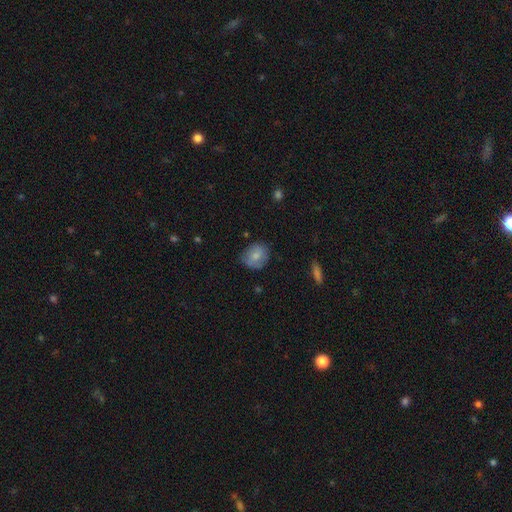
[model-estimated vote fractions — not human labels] Q: Smooth or featured?
A: smooth (77%); runner-up: featured or disk (16%)
Q: How rounded?
A: round (67%); runner-up: in between (32%)
Q: Merging?
A: none (74%); runner-up: minor disturbance (20%)